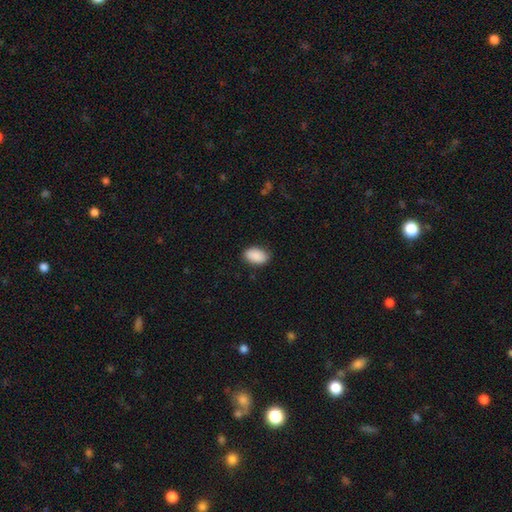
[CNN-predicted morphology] Overall: smooth (91%). How rounded: in between (91%). Merging: none (87%).